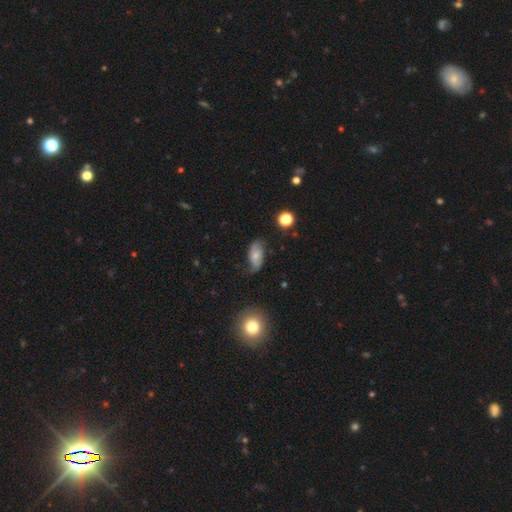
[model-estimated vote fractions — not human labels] smooth 50%, featured or disk 41%, star or artifact 9%. Down the decision tree: merging — none (58%).